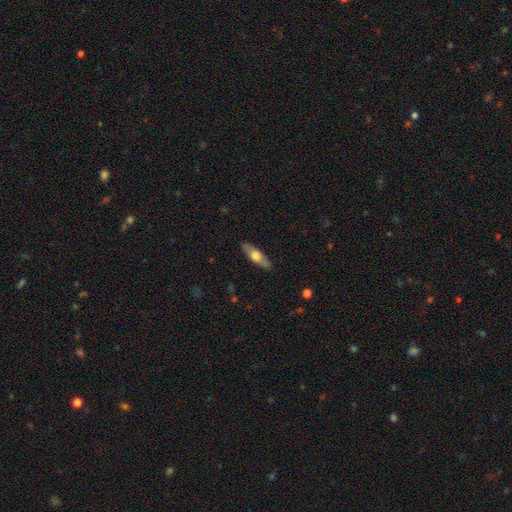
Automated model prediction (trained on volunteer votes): Smooth or featured: smooth — 52% (featured or disk — 43%)
How rounded: cigar-shaped — 55% (in between — 43%)
Merging: none — 88% (minor disturbance — 9%)